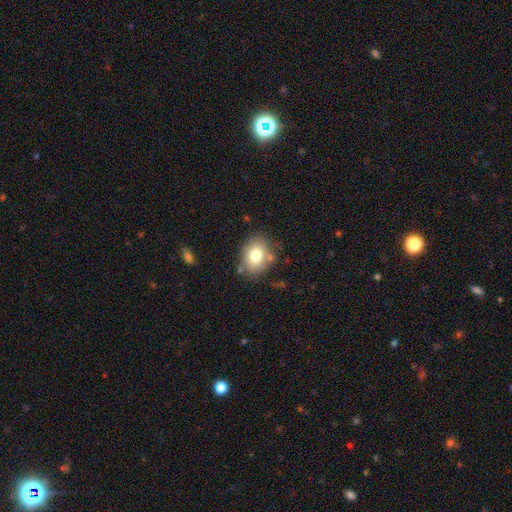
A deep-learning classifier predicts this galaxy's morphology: This appears to be a smooth galaxy with no disk features (76%) that is in between round and cigar-shaped (59%). Merging: none (75%).